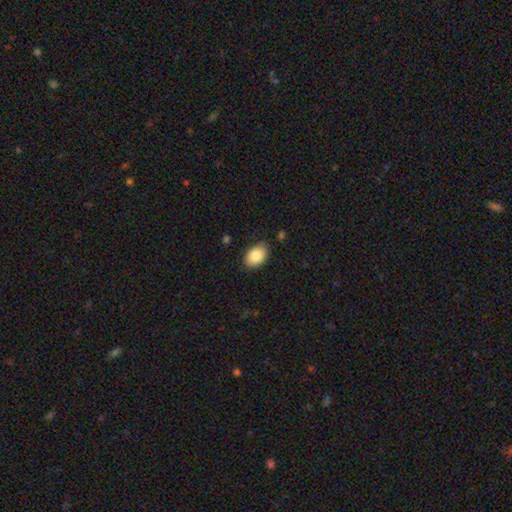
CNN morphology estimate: smooth-or-featured: smooth: 83% | featured or disk: 10% | star or artifact: 7%
  how-rounded: in between: 88% | round: 11% | cigar-shaped: 1%
  merging: none: 82% | minor disturbance: 14% | major disturbance: 3% | merger: 1%